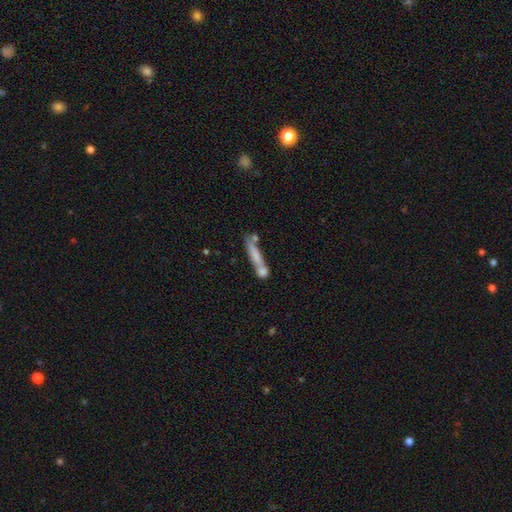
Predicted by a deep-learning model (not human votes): Smooth or featured: smooth — 63% (featured or disk — 29%)
How rounded: cigar-shaped — 89% (in between — 9%)
Merging: none — 49% (merger — 28%)